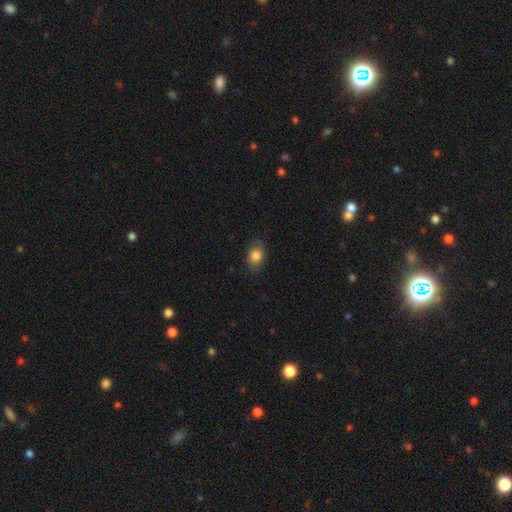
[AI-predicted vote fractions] smooth 82%, featured or disk 10%, star or artifact 8%. Down the decision tree: how rounded — in between (75%); merging — none (78%).